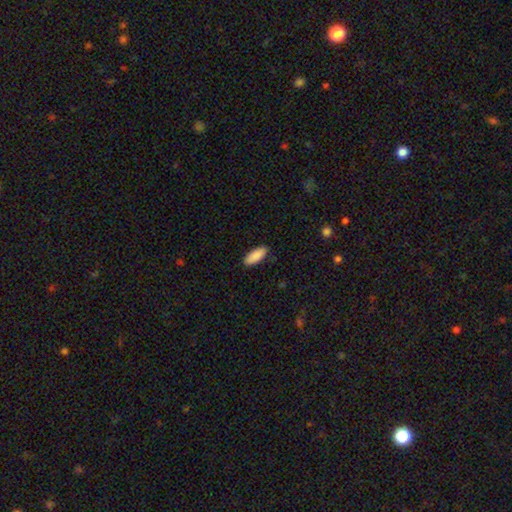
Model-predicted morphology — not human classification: The model was most divided on "how rounded": in between: 79%, cigar-shaped: 19%, round: 2%. More confident: smooth or featured — smooth (90%); merging — none (88%).